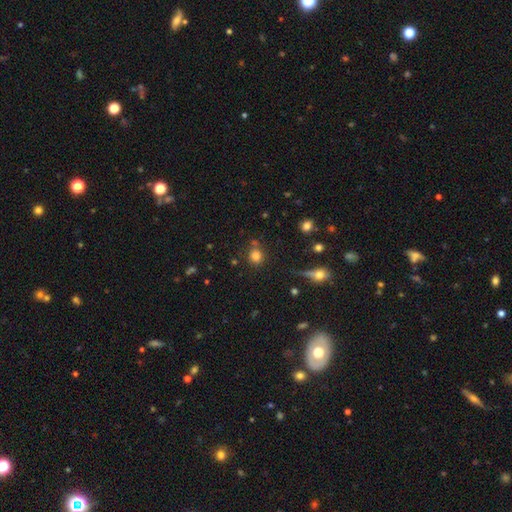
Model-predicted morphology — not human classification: smooth 78%, star or artifact 14%, featured or disk 8%. Down the decision tree: how rounded — round (79%); merging — none (73%).